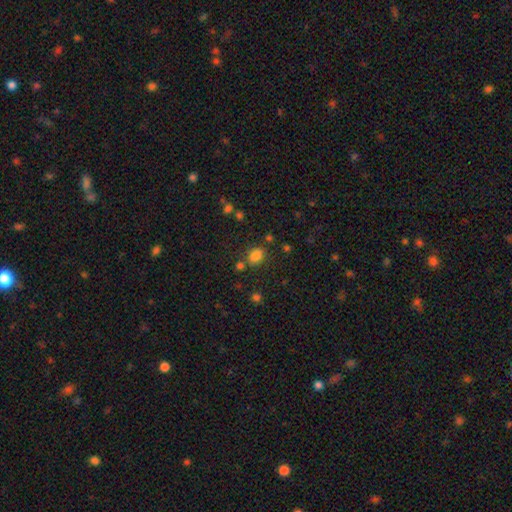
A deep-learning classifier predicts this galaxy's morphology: smooth_or_featured: smooth (p=0.80) [alt: star or artifact p=0.14]
how_rounded: in between (p=0.66) [alt: round p=0.33]
merging: none (p=0.71) [alt: minor disturbance p=0.13]